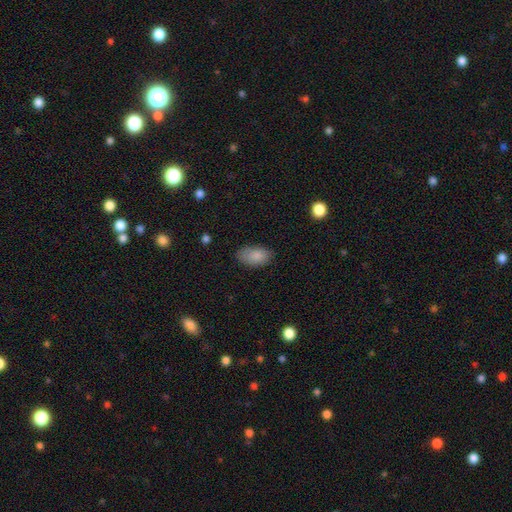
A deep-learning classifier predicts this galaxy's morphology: Smooth or featured? smooth (87%)
How rounded? in between (94%)
Merging? none (77%)